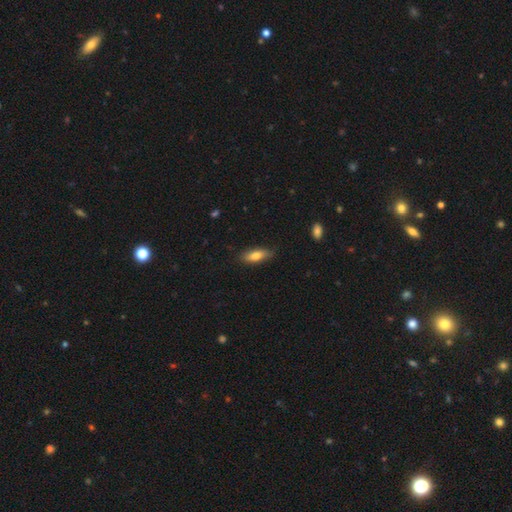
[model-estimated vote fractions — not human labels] A smooth galaxy with no disk features (78%) that is in between round and cigar-shaped (67%).

Vote fractions:
- Smooth or featured? smooth: 78% / featured or disk: 16% / star or artifact: 7%
- How rounded? in between: 67% / cigar-shaped: 30% / round: 2%
- Merging? none: 79% / minor disturbance: 17% / major disturbance: 3% / merger: 1%